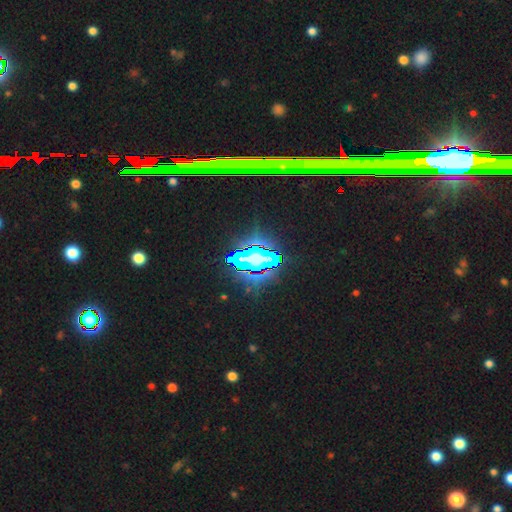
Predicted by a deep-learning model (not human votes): star or artifact 77%, smooth 11%, featured or disk 11%.